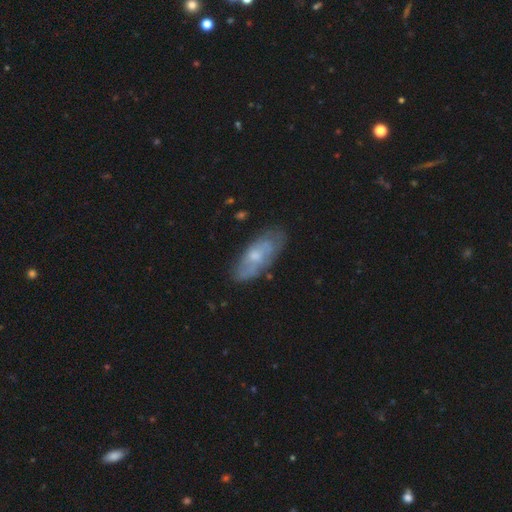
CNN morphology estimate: type=featured or disk (50%); merging=none (71%).